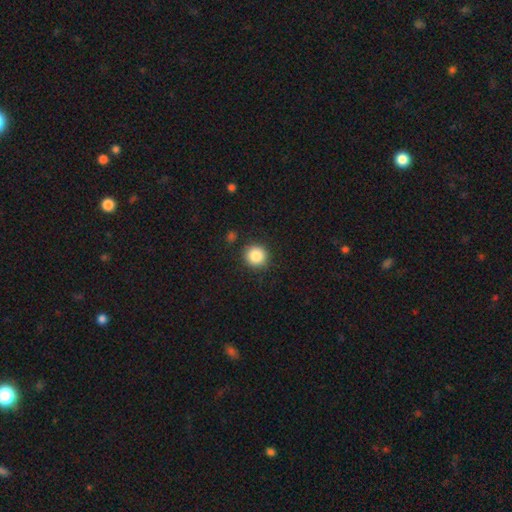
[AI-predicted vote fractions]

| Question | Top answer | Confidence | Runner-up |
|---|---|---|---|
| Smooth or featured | smooth | 87% | star or artifact (9%) |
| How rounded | round | 93% | in between (6%) |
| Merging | none | 89% | minor disturbance (7%) |